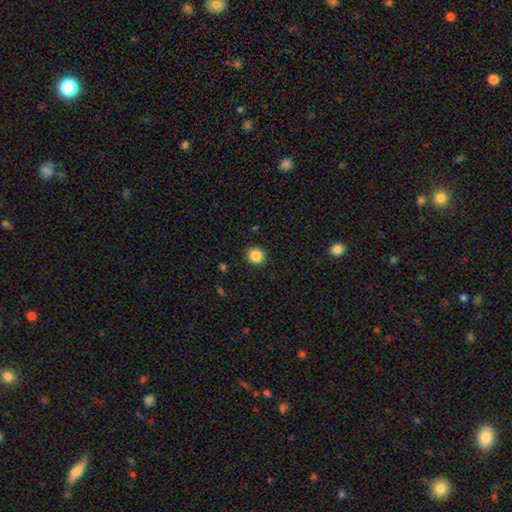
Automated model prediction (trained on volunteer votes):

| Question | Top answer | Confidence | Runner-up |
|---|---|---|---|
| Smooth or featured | smooth | 86% | star or artifact (10%) |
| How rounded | round | 92% | in between (7%) |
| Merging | none | 92% | minor disturbance (5%) |